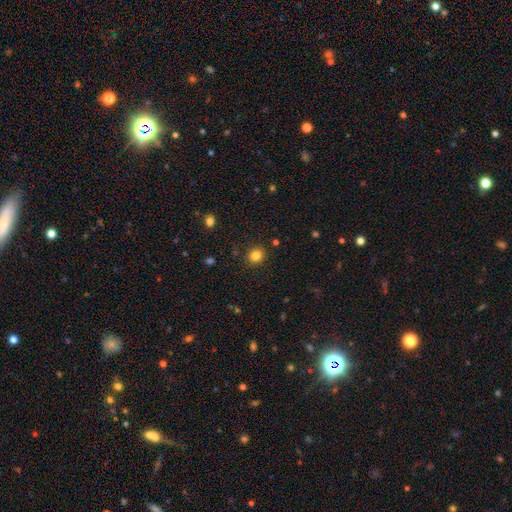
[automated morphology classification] Smooth or featured?
  - smooth: 83% *
  - star or artifact: 13%
  - featured or disk: 5%
How rounded?
  - round: 85% *
  - in between: 14%
  - cigar-shaped: 1%
Merging?
  - none: 89% *
  - minor disturbance: 7%
  - major disturbance: 2%
  - merger: 2%